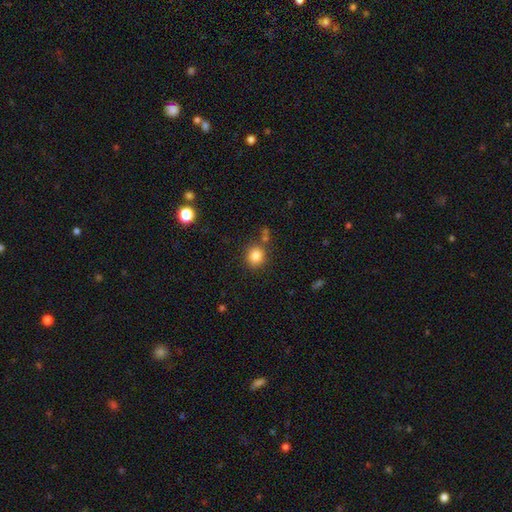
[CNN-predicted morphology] type=smooth (84%); roundness=round (77%); merging=none (79%).